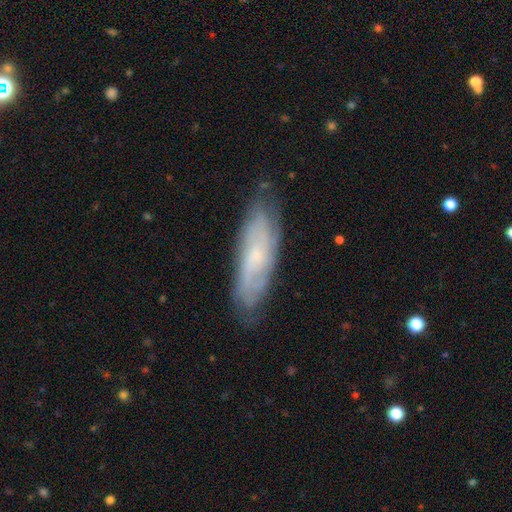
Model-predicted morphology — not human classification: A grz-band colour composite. It shows a featured or disk galaxy (61%). Merging: none (75%).